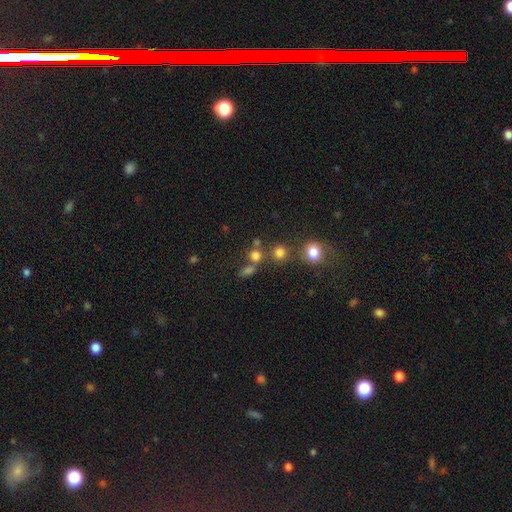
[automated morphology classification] smooth 73%, star or artifact 20%, featured or disk 8%. Down the decision tree: how rounded — round (78%); merging — none (61%).